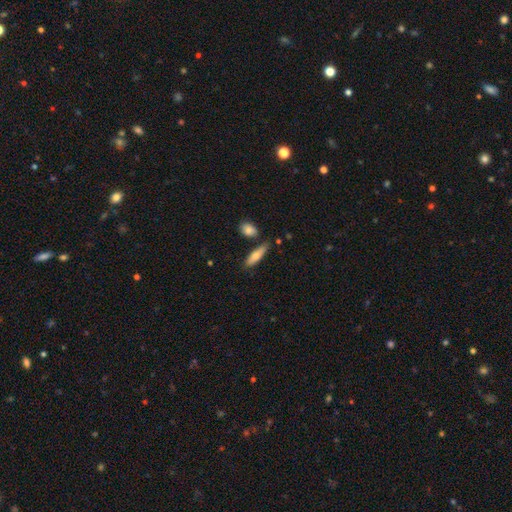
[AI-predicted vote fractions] Smooth or featured?
  - smooth: 71% *
  - featured or disk: 23%
  - star or artifact: 6%
How rounded?
  - cigar-shaped: 60% *
  - in between: 38%
  - round: 2%
Merging?
  - none: 73% *
  - minor disturbance: 15%
  - merger: 9%
  - major disturbance: 3%